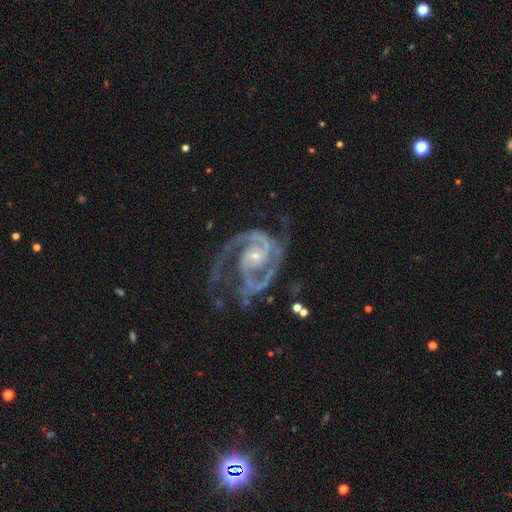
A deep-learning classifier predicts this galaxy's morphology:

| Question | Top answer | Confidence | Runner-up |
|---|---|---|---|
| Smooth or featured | featured or disk | 93% | star or artifact (4%) |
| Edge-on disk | no | 98% | yes (2%) |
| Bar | no | 61% | weak (28%) |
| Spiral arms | yes | 98% | no (2%) |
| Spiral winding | medium | 52% | tight (39%) |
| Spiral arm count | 2 | 77% | 3 (11%) |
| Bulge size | small | 78% | moderate (17%) |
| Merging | none | 59% | minor disturbance (21%) |